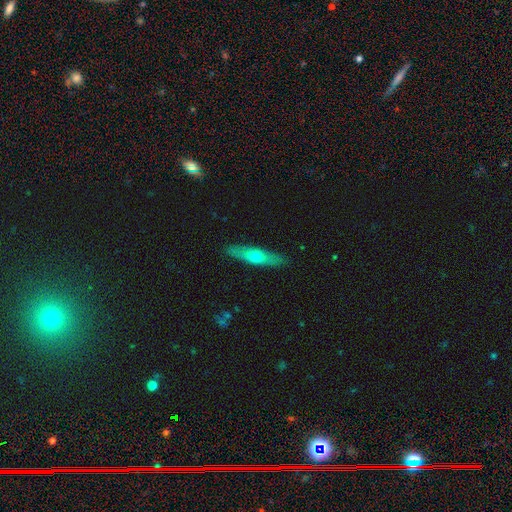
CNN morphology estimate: smooth-or-featured: smooth: 48% | featured or disk: 46% | star or artifact: 6%
  merging: none: 89% | minor disturbance: 8% | major disturbance: 2% | merger: 1%